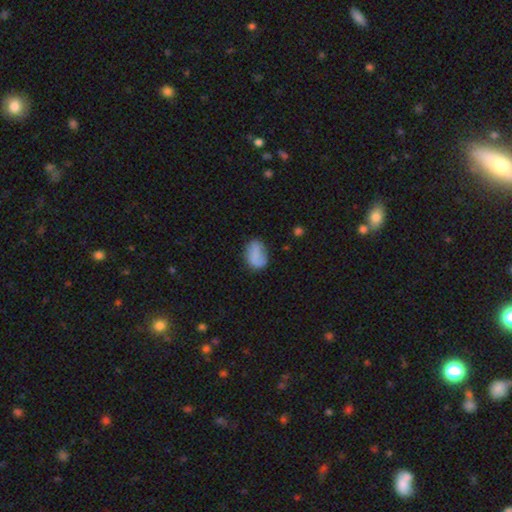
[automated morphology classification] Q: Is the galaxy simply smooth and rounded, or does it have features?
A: smooth — 77%.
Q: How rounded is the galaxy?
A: in between — 80%.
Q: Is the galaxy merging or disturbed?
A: none — 62%.